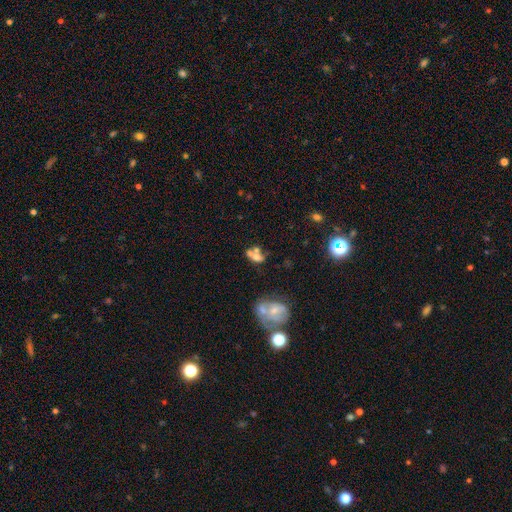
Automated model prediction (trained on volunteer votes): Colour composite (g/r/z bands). It shows a smooth galaxy with no disk features (54%) that is in between round and cigar-shaped (61%). Merging: merger (56%).